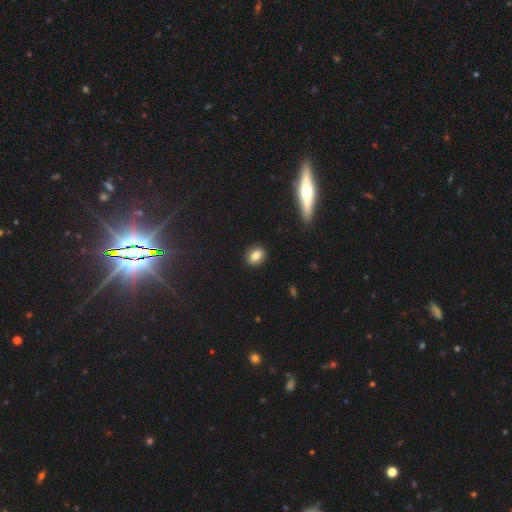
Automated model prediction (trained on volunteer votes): smooth 81%, star or artifact 9%, featured or disk 9%. Down the decision tree: how rounded — in between (59%); merging — none (88%).